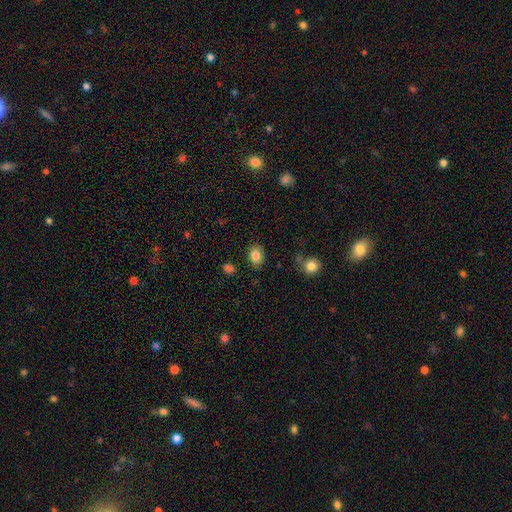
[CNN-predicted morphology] The model was most divided on "how rounded": in between: 66%, round: 33%, cigar-shaped: 1%. More confident: smooth or featured — smooth (85%); merging — none (83%).